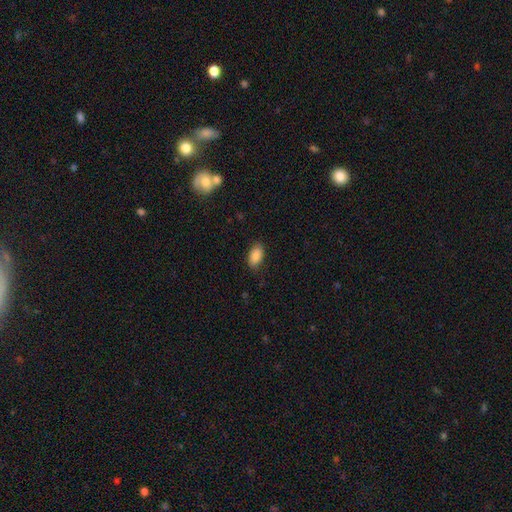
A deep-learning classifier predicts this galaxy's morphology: Q: Smooth or featured?
A: smooth (86%); runner-up: star or artifact (7%)
Q: How rounded?
A: in between (92%); runner-up: round (5%)
Q: Merging?
A: none (83%); runner-up: minor disturbance (13%)